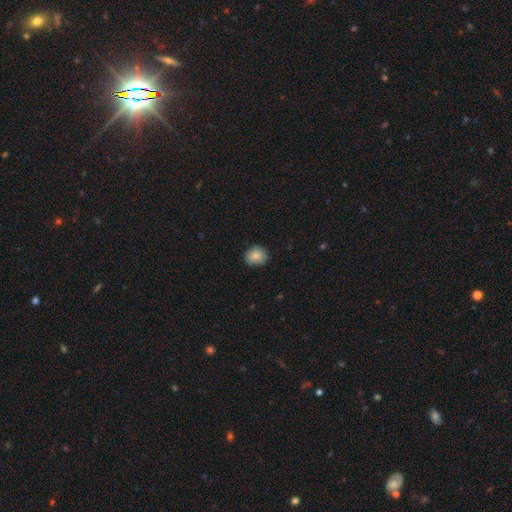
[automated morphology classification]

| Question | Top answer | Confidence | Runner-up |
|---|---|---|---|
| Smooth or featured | smooth | 85% | star or artifact (8%) |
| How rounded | round | 66% | in between (33%) |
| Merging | none | 80% | minor disturbance (16%) |